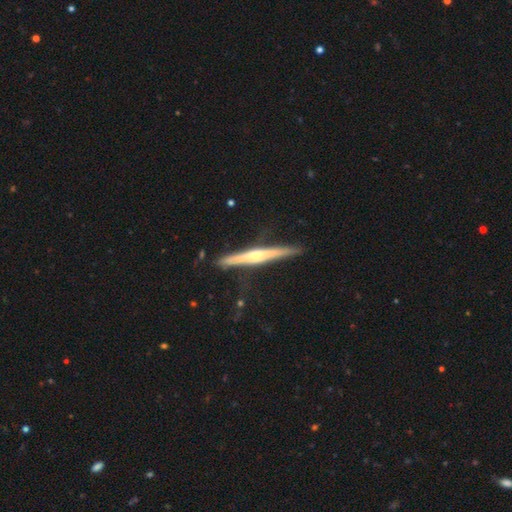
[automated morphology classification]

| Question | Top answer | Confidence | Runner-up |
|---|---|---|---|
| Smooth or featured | featured or disk | 75% | smooth (20%) |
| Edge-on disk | yes | 97% | no (3%) |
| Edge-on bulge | rounded | 81% | none (14%) |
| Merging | none | 85% | minor disturbance (11%) |